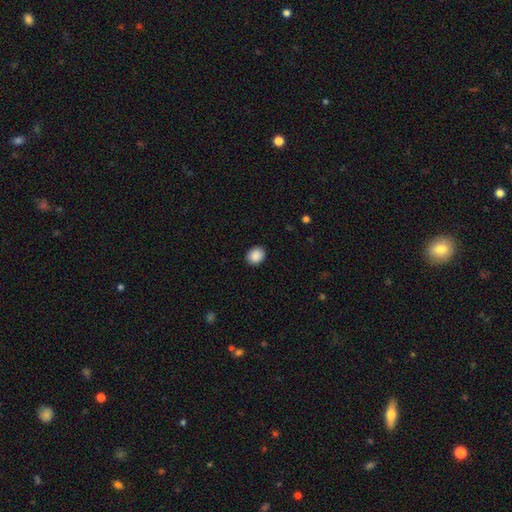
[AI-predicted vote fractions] smooth 89%, star or artifact 8%, featured or disk 2%. Down the decision tree: how rounded — round (63%); merging — none (90%).